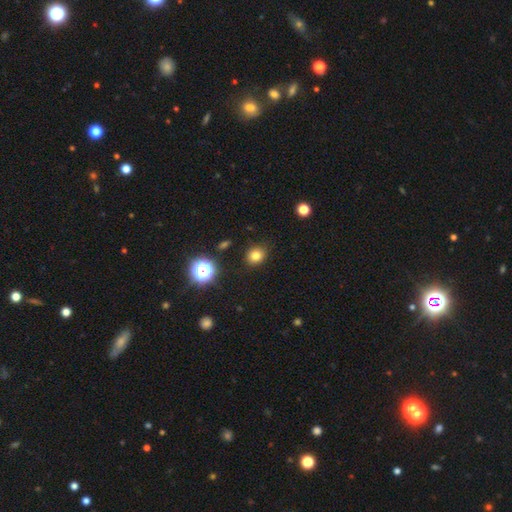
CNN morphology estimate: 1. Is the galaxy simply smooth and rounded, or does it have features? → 80% smooth, 14% star or artifact, 6% featured or disk.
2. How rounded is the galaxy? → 69% round, 30% in between, 1% cigar-shaped.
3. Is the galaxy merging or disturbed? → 87% none, 9% minor disturbance, 2% major disturbance, 1% merger.